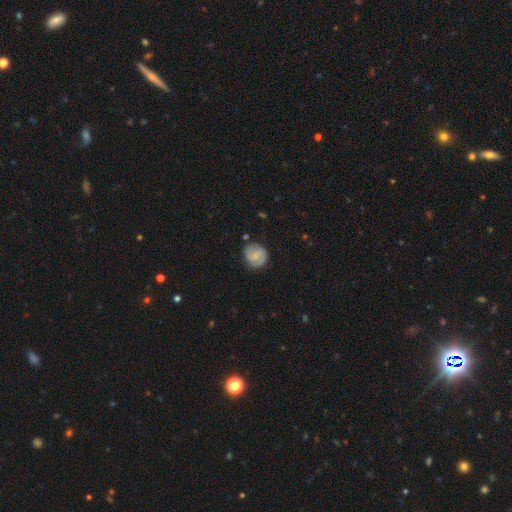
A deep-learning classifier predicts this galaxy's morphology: This appears to be a featured or disk galaxy (58%) with a weak bar (46%), 2 (80%) medium (43%) spiral arms (92%) and a small central bulge (49%). Merging: none (77%).